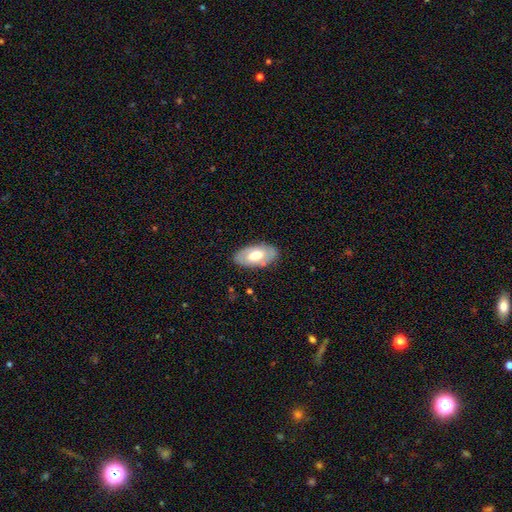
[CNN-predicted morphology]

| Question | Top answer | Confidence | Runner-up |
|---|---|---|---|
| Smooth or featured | smooth | 56% | featured or disk (38%) |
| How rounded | in between | 94% | round (3%) |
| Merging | none | 83% | minor disturbance (13%) |